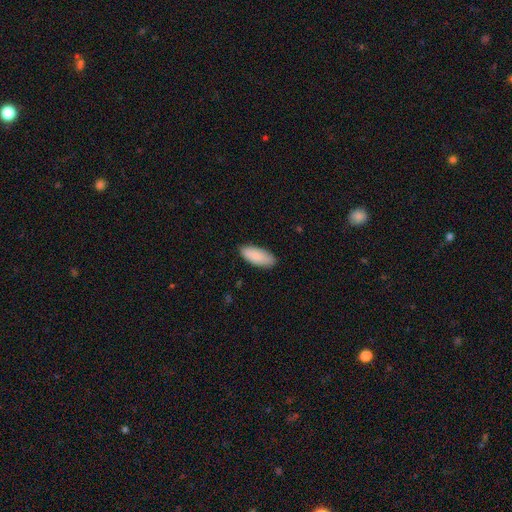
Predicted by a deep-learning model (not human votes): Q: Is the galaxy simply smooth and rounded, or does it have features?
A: smooth — 89%.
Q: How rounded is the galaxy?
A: in between — 85%.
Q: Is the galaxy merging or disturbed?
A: none — 83%.